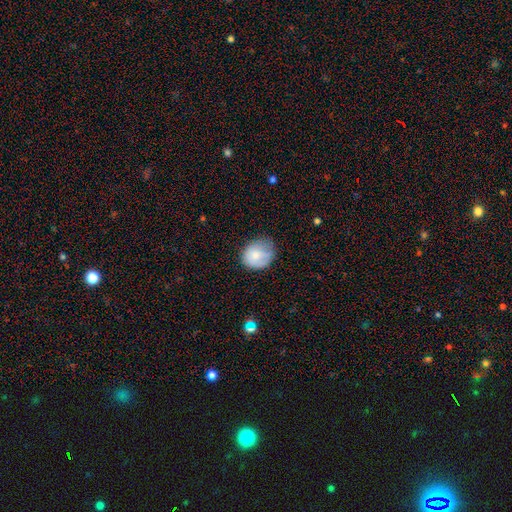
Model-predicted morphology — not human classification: smooth 77%, featured or disk 15%, star or artifact 8%. Down the decision tree: how rounded — round (66%); merging — none (59%).